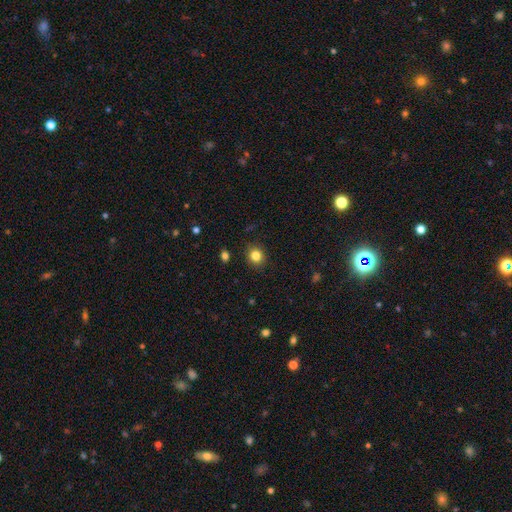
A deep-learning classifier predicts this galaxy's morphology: This is clearly a smooth galaxy (83%). How rounded: clearly round (81%). Merging: clearly none (89%).